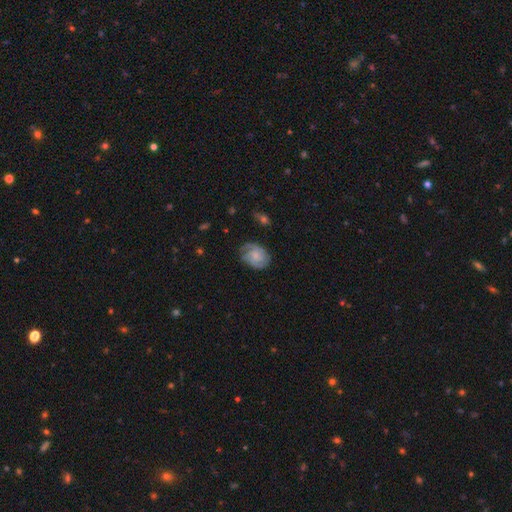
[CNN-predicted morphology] Smooth or featured?
  - featured or disk: 65% *
  - smooth: 27%
  - star or artifact: 7%
Edge-on disk?
  - no: 97% *
  - yes: 3%
Bar?
  - no: 71% *
  - weak: 26%
  - strong: 3%
Spiral arms?
  - yes: 92% *
  - no: 8%
Spiral winding?
  - tight: 54% *
  - medium: 35%
  - loose: 11%
Spiral arm count?
  - 2: 28% * (tied)
  - can't tell: 28% * (tied)
  - 3: 27%
  - 4: 6%
  - 1: 6%
  - more than 4: 4%
Bulge size?
  - small: 51% *
  - moderate: 27%
  - none: 17%
  - large: 3%
  - dominant: 1%
Merging?
  - none: 66% *
  - minor disturbance: 23%
  - major disturbance: 9%
  - merger: 1%